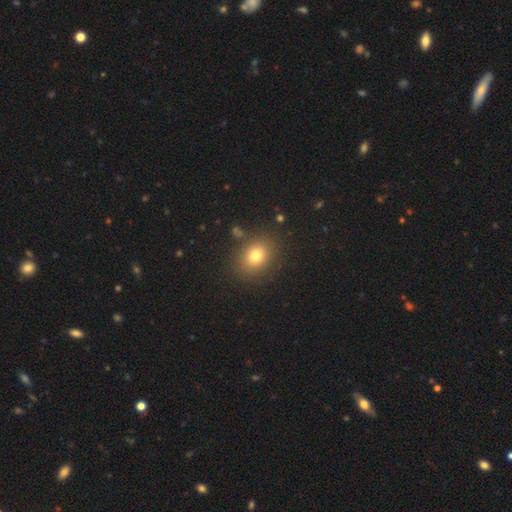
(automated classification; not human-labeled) Smooth or featured? Predicted: smooth (p=0.77). How rounded? Predicted: round (p=0.52). Merging? Predicted: none (p=0.84).